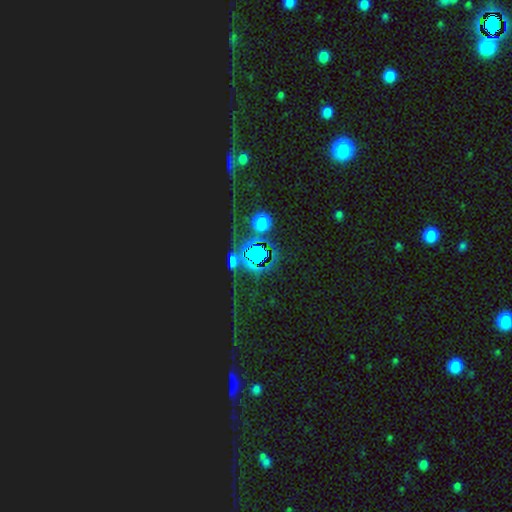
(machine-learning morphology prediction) A star or artifact, not a galaxy (71%).